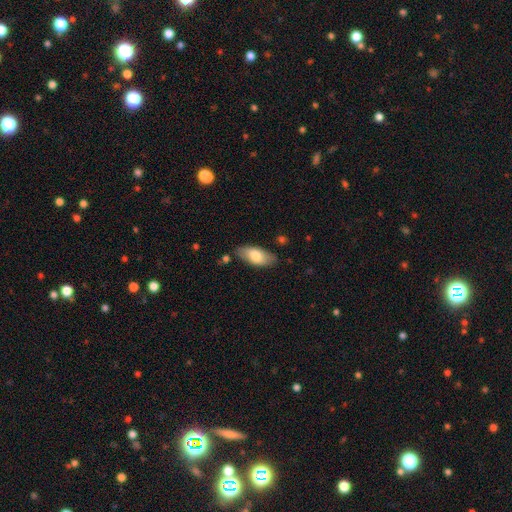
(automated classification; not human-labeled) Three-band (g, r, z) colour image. It shows a smooth galaxy with no disk features (76%) that is in between round and cigar-shaped (89%). Merging: none (80%).